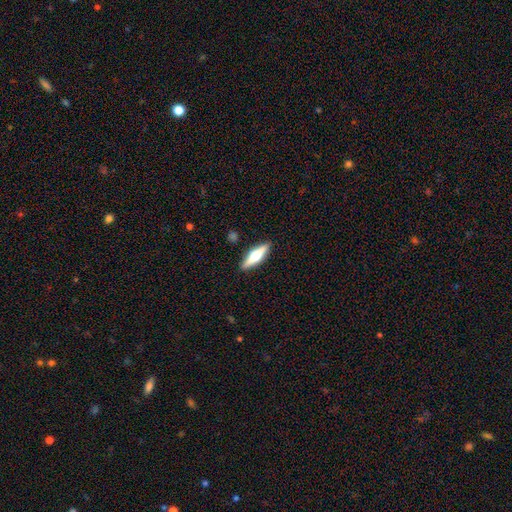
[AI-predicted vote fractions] Smooth or featured?
  - featured or disk: 55% *
  - smooth: 40%
  - star or artifact: 6%
Edge-on disk?
  - yes: 94% *
  - no: 6%
Edge-on bulge?
  - rounded: 94% *
  - boxy: 4%
  - none: 2%
Merging?
  - none: 90% *
  - minor disturbance: 7%
  - major disturbance: 2%
  - merger: 1%